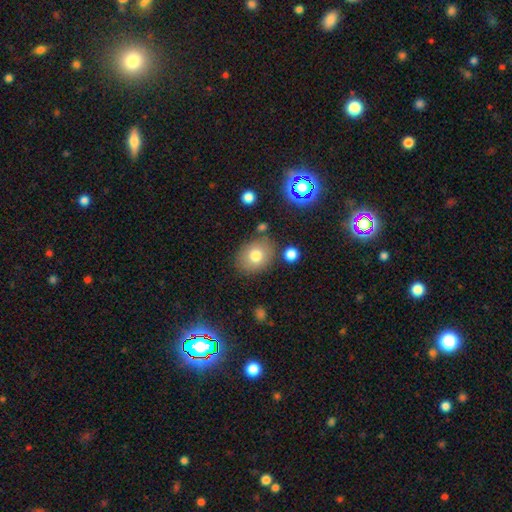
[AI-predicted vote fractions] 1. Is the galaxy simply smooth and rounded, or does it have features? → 77% smooth, 13% featured or disk, 11% star or artifact.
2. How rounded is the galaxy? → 52% round, 47% in between, 1% cigar-shaped.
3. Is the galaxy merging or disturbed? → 78% none, 13% minor disturbance, 5% merger, 4% major disturbance.